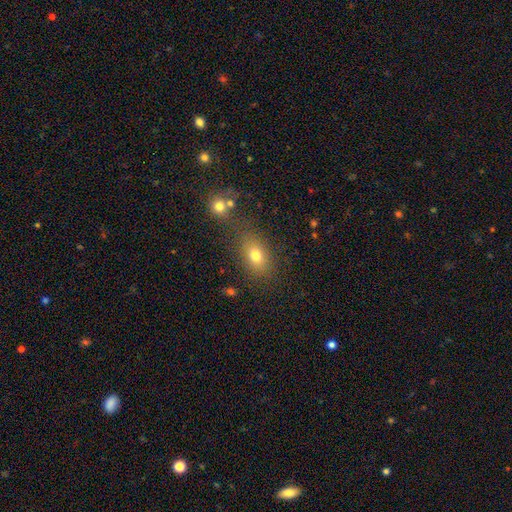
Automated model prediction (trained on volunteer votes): This is likely a smooth galaxy (74%). How rounded: likely in between (76%). Merging: likely none (70%).